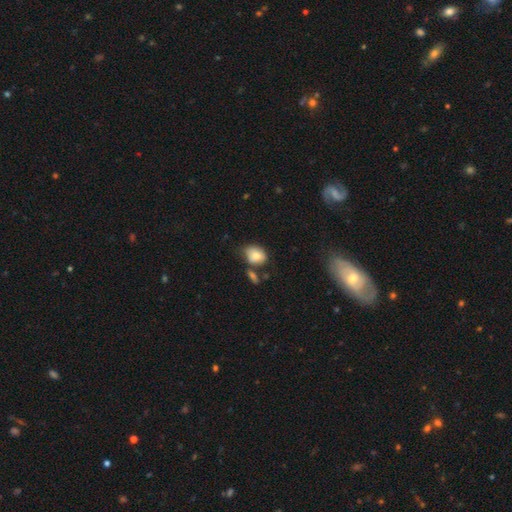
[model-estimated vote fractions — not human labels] This is likely a smooth galaxy (77%). How rounded: likely in between (62%). Merging: possibly none (55%).